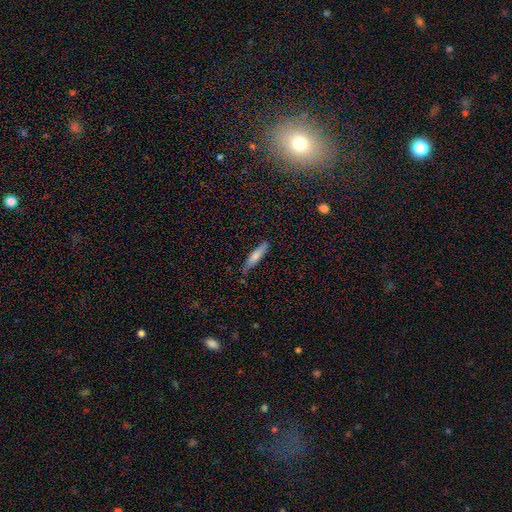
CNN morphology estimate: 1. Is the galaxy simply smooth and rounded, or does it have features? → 75% smooth, 19% featured or disk, 6% star or artifact.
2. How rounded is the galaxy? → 80% cigar-shaped, 19% in between, 1% round.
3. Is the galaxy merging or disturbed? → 75% none, 20% minor disturbance, 3% major disturbance, 2% merger.